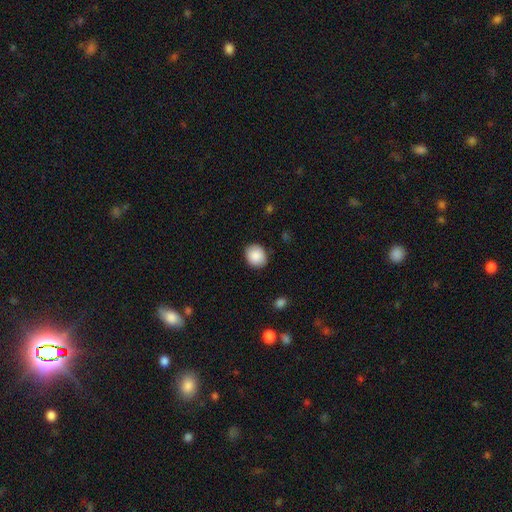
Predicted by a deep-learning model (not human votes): smooth-or-featured: smooth: 89% | star or artifact: 7% | featured or disk: 4%
  how-rounded: round: 67% | in between: 32% | cigar-shaped: 1%
  merging: none: 87% | minor disturbance: 10% | major disturbance: 2% | merger: 1%